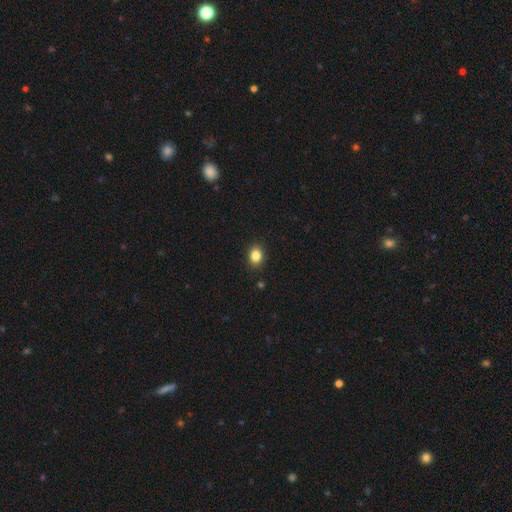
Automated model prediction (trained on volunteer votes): This appears to be a smooth galaxy with no disk features (85%) that is in between round and cigar-shaped (58%). Merging: none (90%).